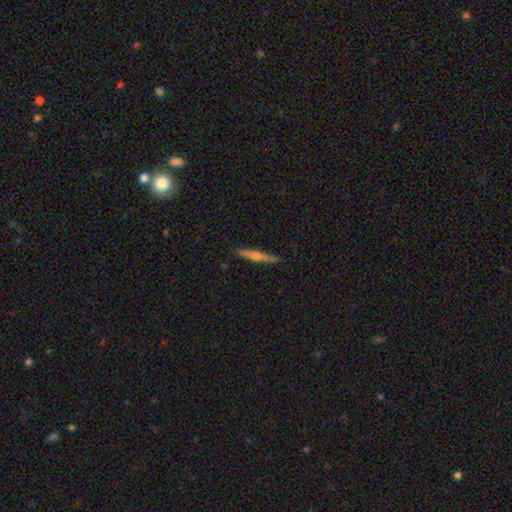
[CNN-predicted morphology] Smooth or featured?
  - featured or disk: 51% *
  - smooth: 43%
  - star or artifact: 6%
Edge-on disk?
  - yes: 96% *
  - no: 4%
Merging?
  - none: 88% *
  - minor disturbance: 9%
  - major disturbance: 2%
  - merger: 1%